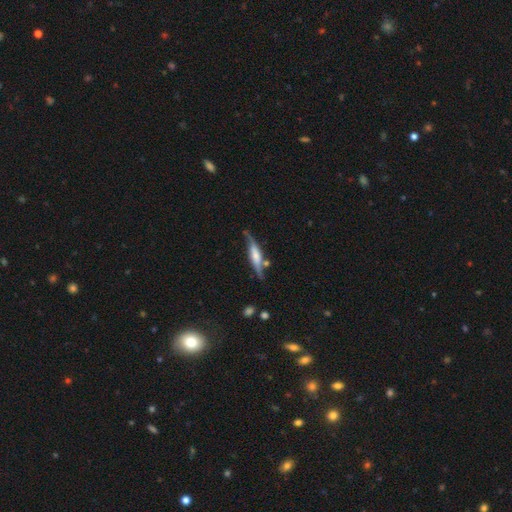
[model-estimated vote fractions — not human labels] Overall: featured or disk (63%; smooth 31%). Edge-on disk: yes (74%). Merging: none (62%; minor disturbance 23%).